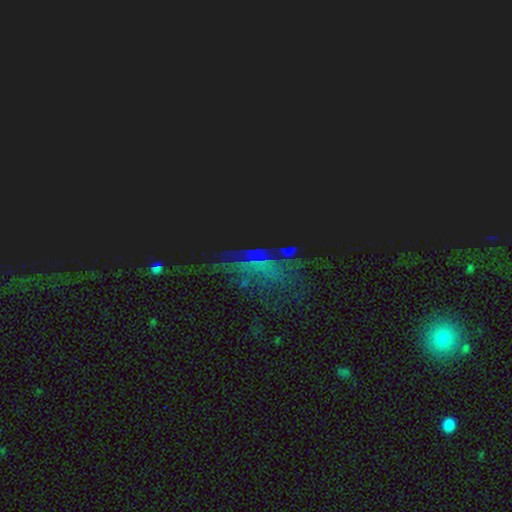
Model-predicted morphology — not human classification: smooth_or_featured: star or artifact (p=0.63) [alt: smooth p=0.20]